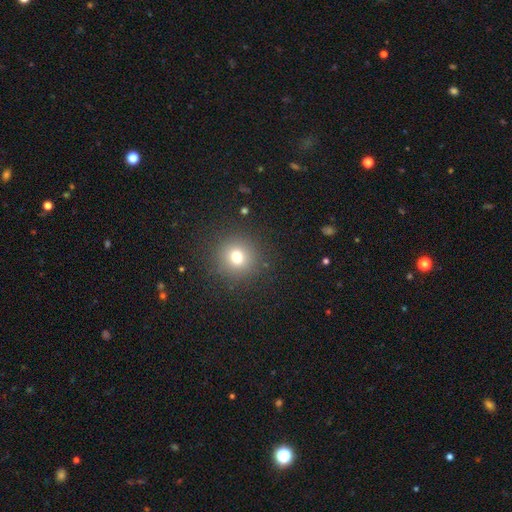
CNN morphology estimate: This appears to be a smooth galaxy with no disk features (67%) that is round (95%). Merging: none (92%).